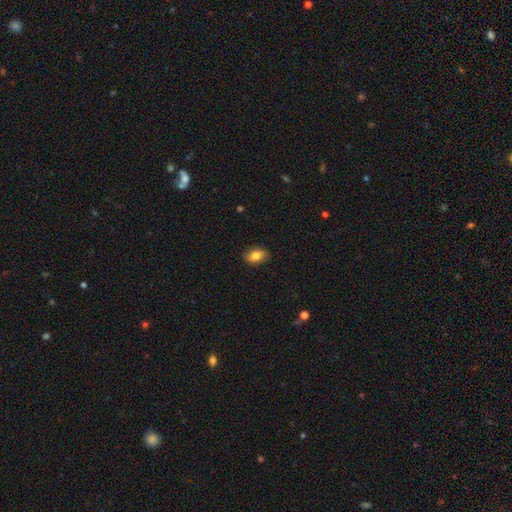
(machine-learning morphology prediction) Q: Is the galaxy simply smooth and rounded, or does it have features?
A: smooth — 80%.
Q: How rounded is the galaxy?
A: in between — 85%.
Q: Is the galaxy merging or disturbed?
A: none — 86%.